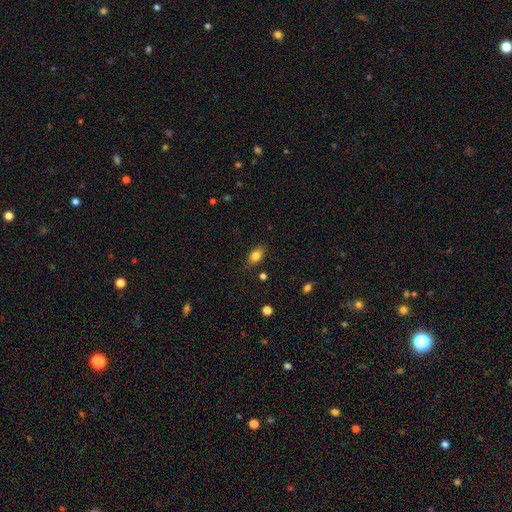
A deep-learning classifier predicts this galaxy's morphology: Q: Smooth or featured?
A: smooth (82%); runner-up: star or artifact (10%)
Q: How rounded?
A: in between (83%); runner-up: round (15%)
Q: Merging?
A: none (81%); runner-up: minor disturbance (14%)